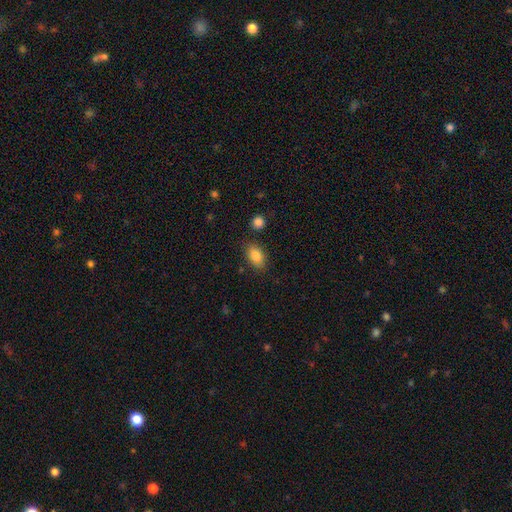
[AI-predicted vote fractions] Smooth or featured?
  - smooth: 85% *
  - star or artifact: 8%
  - featured or disk: 7%
How rounded?
  - in between: 88% *
  - round: 10%
  - cigar-shaped: 2%
Merging?
  - none: 82% *
  - minor disturbance: 12%
  - merger: 3%
  - major disturbance: 3%